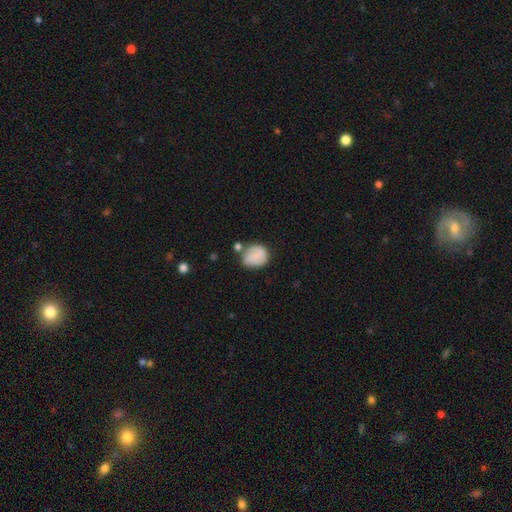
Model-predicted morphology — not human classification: smooth-or-featured: smooth: 73% | featured or disk: 19% | star or artifact: 8%
  how-rounded: round: 65% | in between: 34% | cigar-shaped: 1%
  merging: none: 49% | minor disturbance: 27% | merger: 14% | major disturbance: 10%